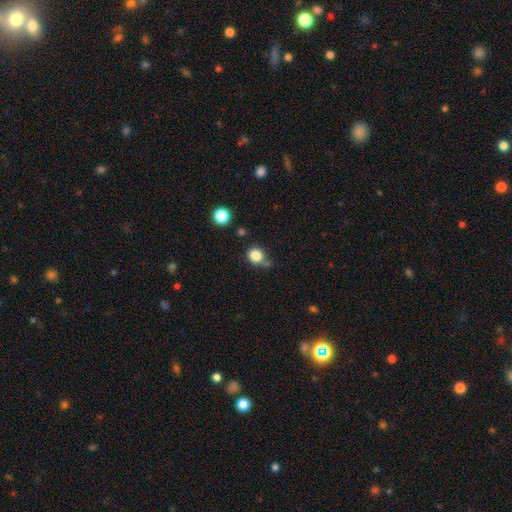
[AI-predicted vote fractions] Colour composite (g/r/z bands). It shows a smooth galaxy with no disk features (83%) that is round (80%). Merging: none (64%).